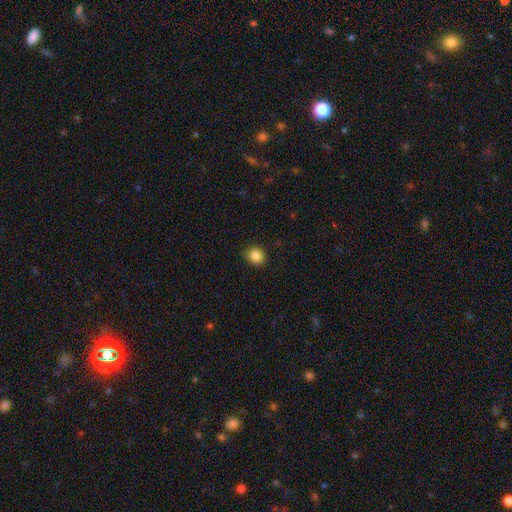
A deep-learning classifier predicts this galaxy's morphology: Smooth or featured: smooth — 87% (star or artifact — 10%)
How rounded: round — 71% (in between — 28%)
Merging: none — 86% (minor disturbance — 10%)